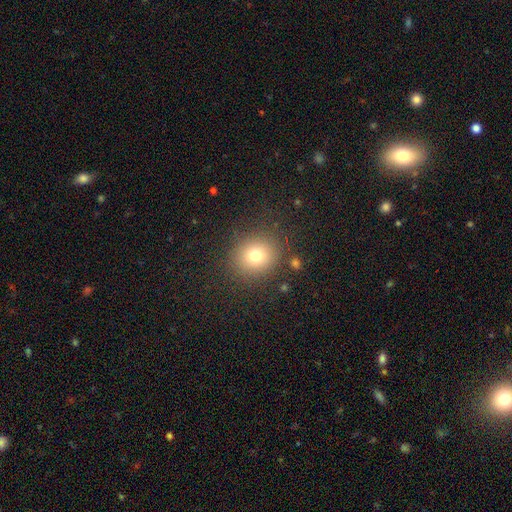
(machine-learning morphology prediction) This is likely a smooth galaxy (75%). How rounded: likely round (80%). Merging: clearly none (85%).